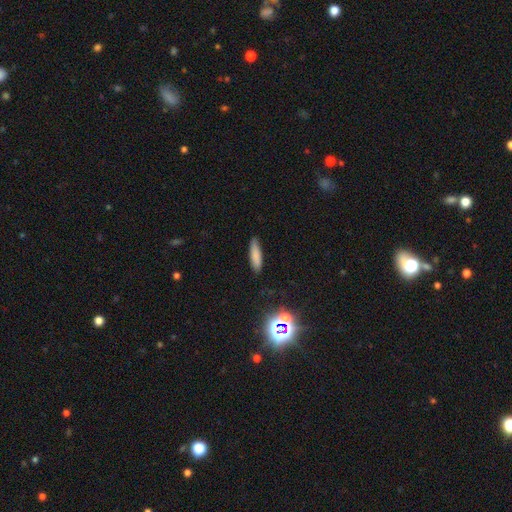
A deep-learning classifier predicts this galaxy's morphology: A smooth galaxy with no disk features (80%) that is cigar-shaped (69%).

Vote fractions:
- Smooth or featured? smooth: 80% / star or artifact: 10% / featured or disk: 10%
- How rounded? cigar-shaped: 69% / in between: 29% / round: 2%
- Merging? none: 86% / minor disturbance: 11% / major disturbance: 2% / merger: 1%